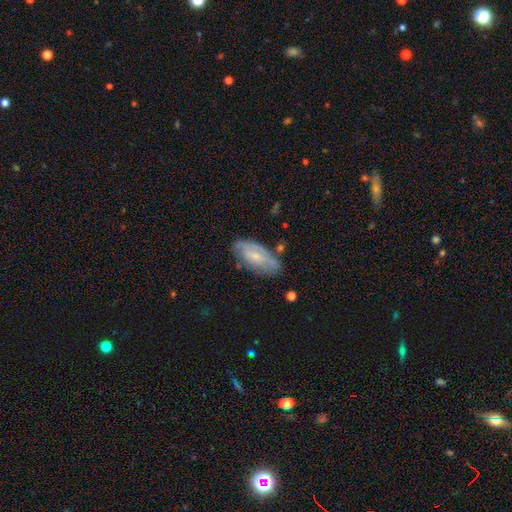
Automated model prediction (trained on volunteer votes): smooth-or-featured: featured or disk: 51% | smooth: 43% | star or artifact: 7%
  disk-edge-on: no: 86% | yes: 14%
  merging: none: 64% | minor disturbance: 25% | major disturbance: 7% | merger: 4%